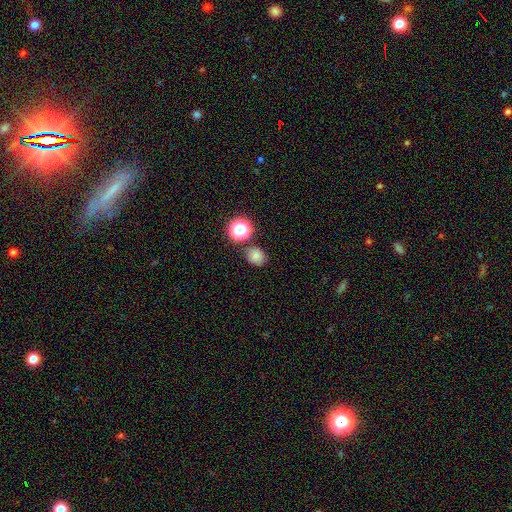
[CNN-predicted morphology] type=smooth (76%); roundness=round (63%); merging=none (78%).